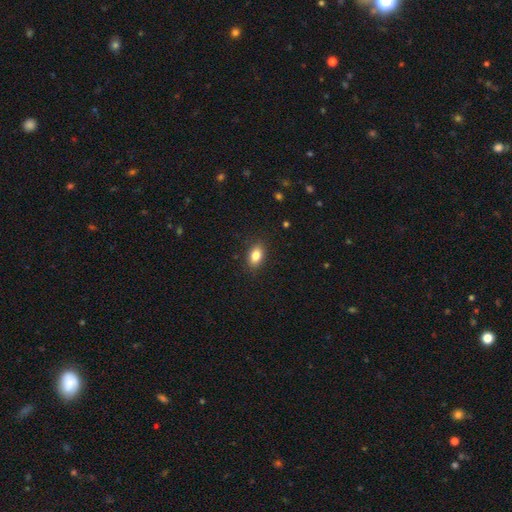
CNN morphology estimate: Smooth or featured? smooth (84%)
How rounded? in between (87%)
Merging? none (88%)